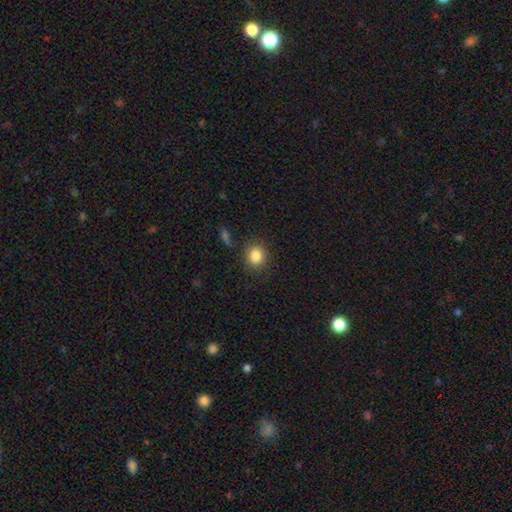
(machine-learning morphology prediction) Q: Smooth or featured?
A: smooth (85%); runner-up: star or artifact (10%)
Q: How rounded?
A: round (77%); runner-up: in between (22%)
Q: Merging?
A: none (86%); runner-up: minor disturbance (9%)